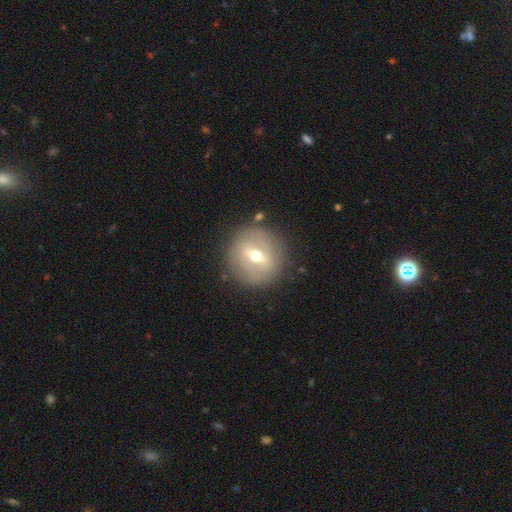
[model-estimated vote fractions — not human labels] The model was most divided on "bar": strong: 47%, weak: 39%, no: 13%. More confident: merging — none (85%); edge-on disk — no (82%); spiral arms — no (77%); bulge size — moderate (69%); smooth or featured — featured or disk (61%).